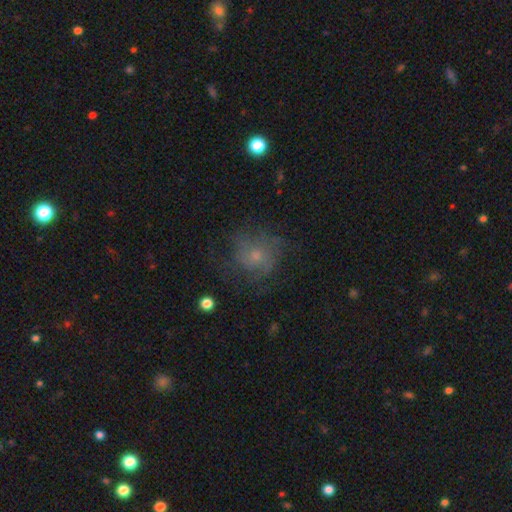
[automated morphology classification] smooth 50%, featured or disk 36%, star or artifact 14%. Down the decision tree: merging — none (58%).